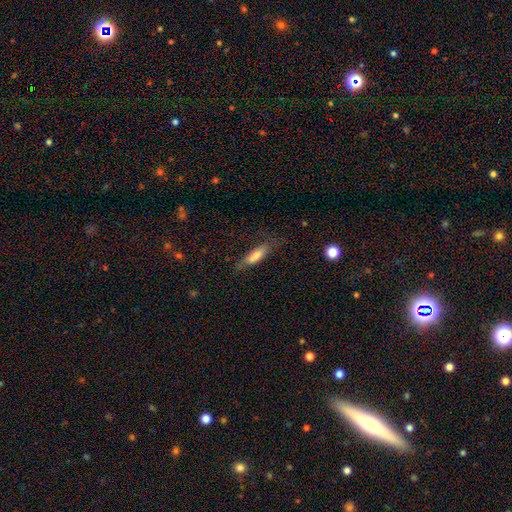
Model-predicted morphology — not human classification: Q: Smooth or featured?
A: smooth (68%); runner-up: featured or disk (24%)
Q: How rounded?
A: cigar-shaped (56%); runner-up: in between (42%)
Q: Merging?
A: none (64%); runner-up: minor disturbance (23%)